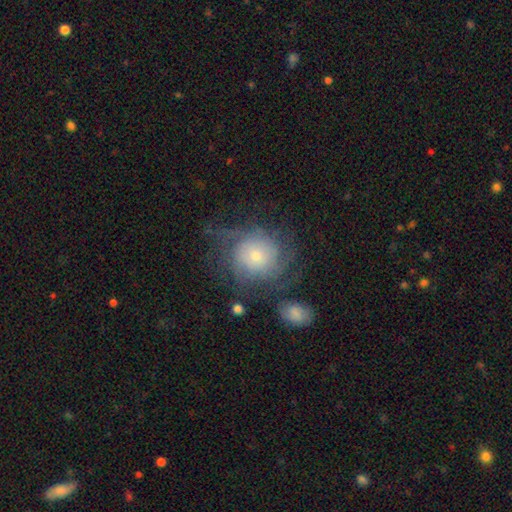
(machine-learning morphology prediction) Q: Smooth or featured?
A: featured or disk (65%); runner-up: smooth (26%)
Q: Edge-on disk?
A: no (97%); runner-up: yes (3%)
Q: Bar?
A: no (81%); runner-up: weak (16%)
Q: Spiral arms?
A: yes (86%); runner-up: no (14%)
Q: Spiral winding?
A: tight (55%); runner-up: medium (30%)
Q: Spiral arm count?
A: can't tell (45%); runner-up: 3 (15%)
Q: Bulge size?
A: small (60%); runner-up: moderate (31%)
Q: Merging?
A: none (58%); runner-up: major disturbance (19%)